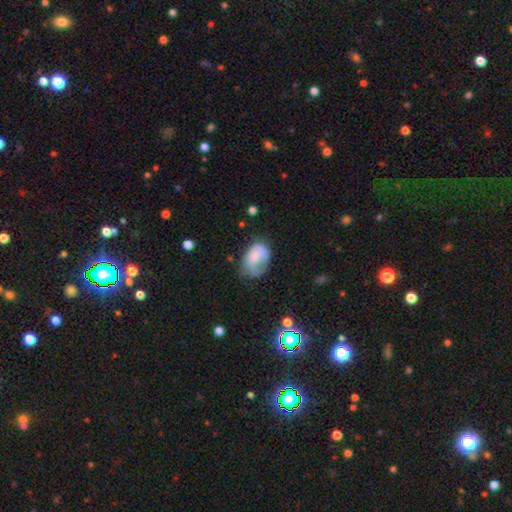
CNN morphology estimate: smooth 68%, featured or disk 25%, star or artifact 8%. Down the decision tree: how rounded — in between (82%); merging — none (35%).